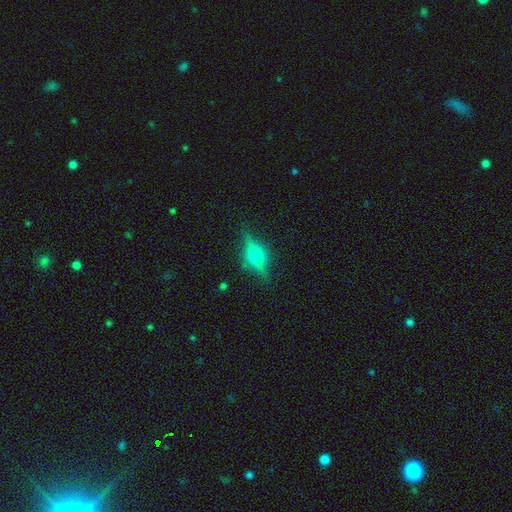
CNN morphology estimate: The model was most divided on "smooth or featured": featured or disk: 58%, smooth: 31%, star or artifact: 11%. More confident: edge-on disk — yes (93%); edge-on bulge — rounded (89%); merging — none (80%).